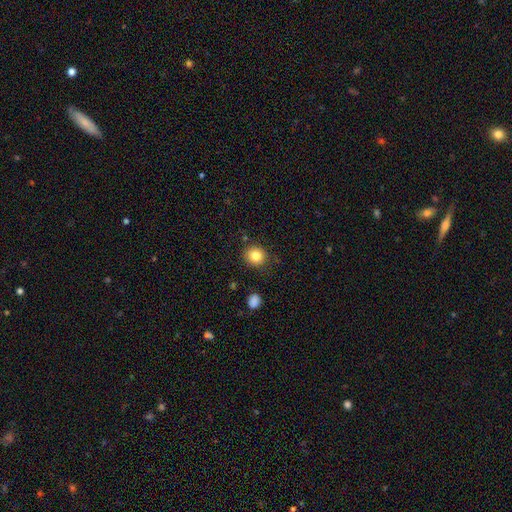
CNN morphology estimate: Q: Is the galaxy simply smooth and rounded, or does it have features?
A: smooth — 83%.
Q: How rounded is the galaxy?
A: round — 83%.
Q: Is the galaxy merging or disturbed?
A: none — 86%.